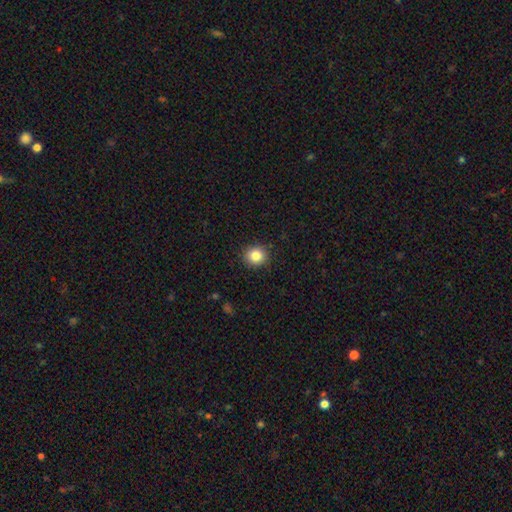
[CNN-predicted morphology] Smooth or featured? Predicted: smooth (p=0.84). How rounded? Predicted: round (p=0.85). Merging? Predicted: none (p=0.90).